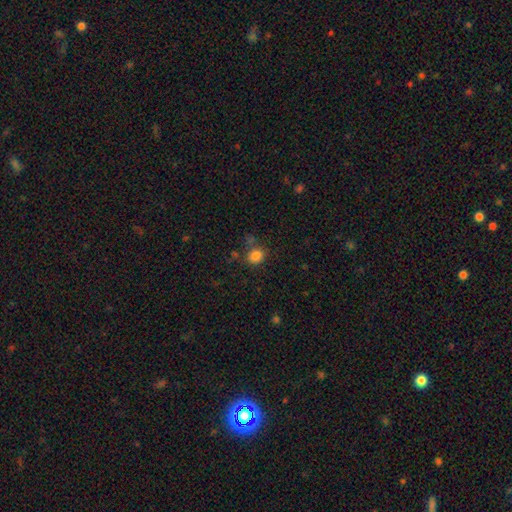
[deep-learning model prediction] This appears to be a smooth galaxy with no disk features (83%) that is round (63%). Merging: none (73%).